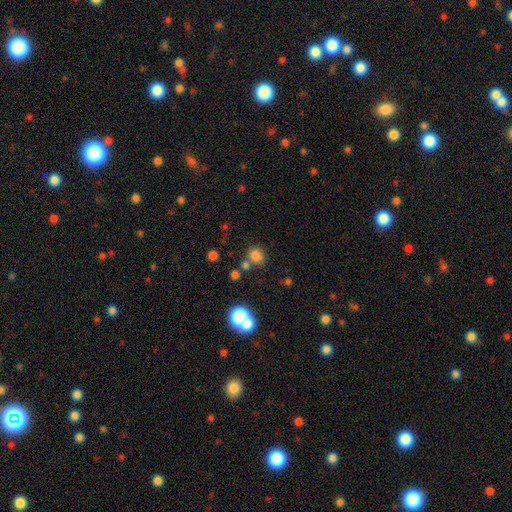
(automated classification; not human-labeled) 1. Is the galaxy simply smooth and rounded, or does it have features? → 78% smooth, 16% star or artifact, 6% featured or disk.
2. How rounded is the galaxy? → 78% round, 21% in between, 1% cigar-shaped.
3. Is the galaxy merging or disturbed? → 68% none, 17% merger, 10% minor disturbance, 4% major disturbance.